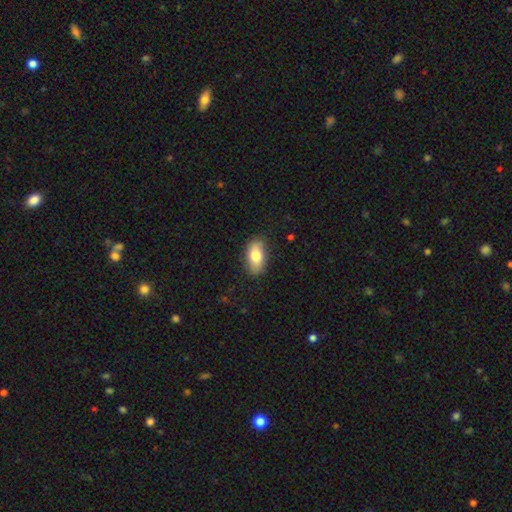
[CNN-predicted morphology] This is likely a smooth galaxy (76%). How rounded: clearly in between (89%). Merging: clearly none (83%).